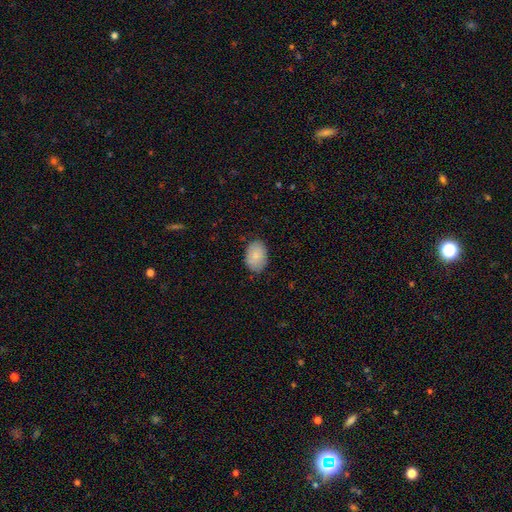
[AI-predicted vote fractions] The model was most divided on "merging": none: 83%, minor disturbance: 13%, major disturbance: 2%, merger: 1%. More confident: how rounded — in between (85%); smooth or featured — smooth (84%).